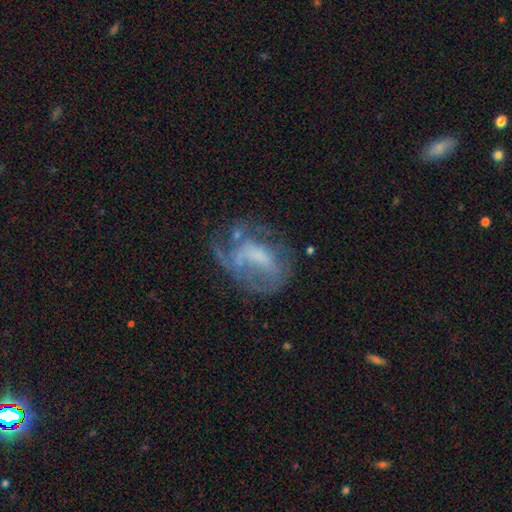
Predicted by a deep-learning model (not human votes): featured or disk 65%, smooth 24%, star or artifact 11%. Down the decision tree: edge-on disk — no (97%); bar — no (55%); spiral arms — yes (50%, tied with no); bulge size — none (41%); merging — major disturbance (37%, tied with none).